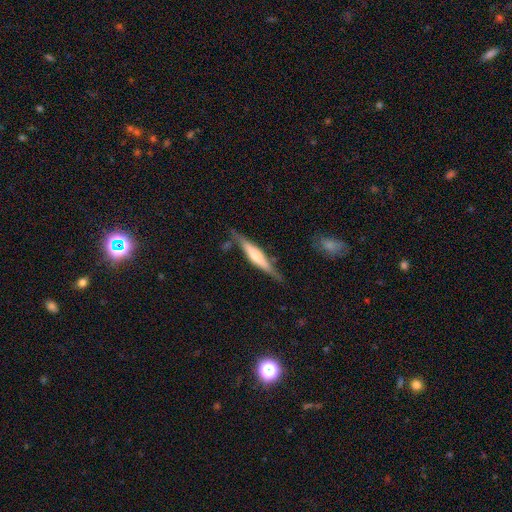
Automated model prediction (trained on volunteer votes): The model was most divided on "smooth or featured": featured or disk: 56%, smooth: 39%, star or artifact: 5%. More confident: edge-on disk — yes (94%); merging — none (71%); edge-on bulge — rounded (57%).